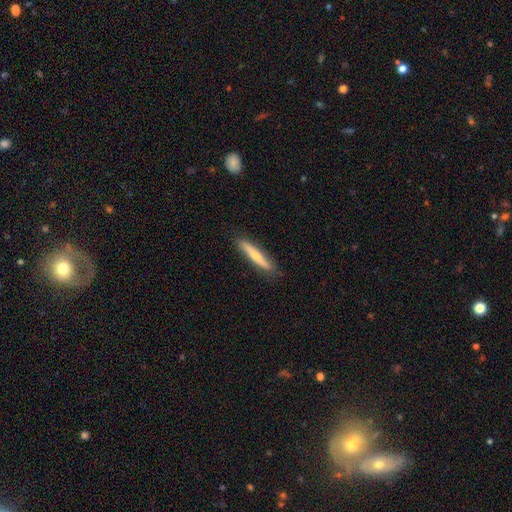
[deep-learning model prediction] Morphology: type=smooth (61%); roundness=cigar-shaped (91%); merging=none (86%).